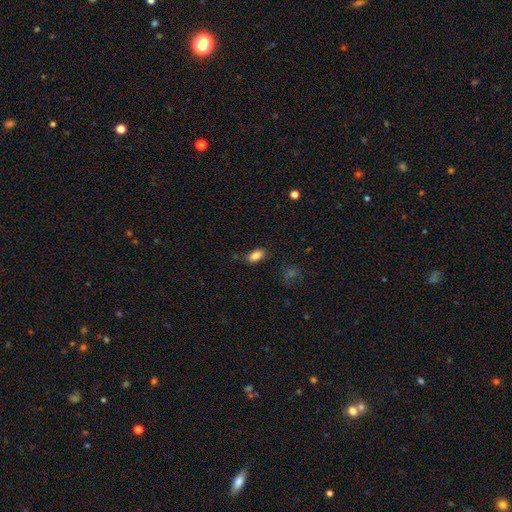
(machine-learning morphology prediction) Overall: smooth (85%). How rounded: in between (90%). Merging: none (81%).